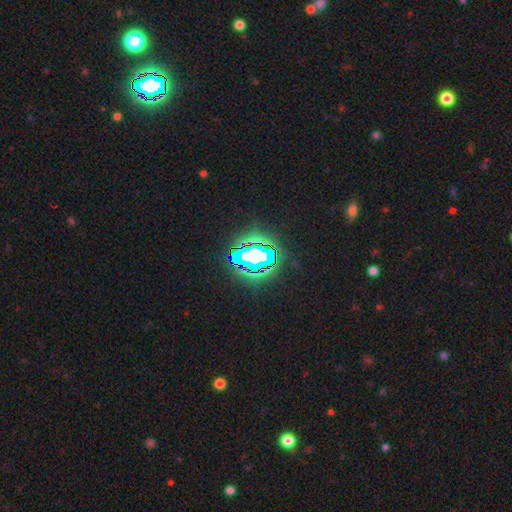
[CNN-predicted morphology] smooth-or-featured: star or artifact: 68% | smooth: 18% | featured or disk: 14%